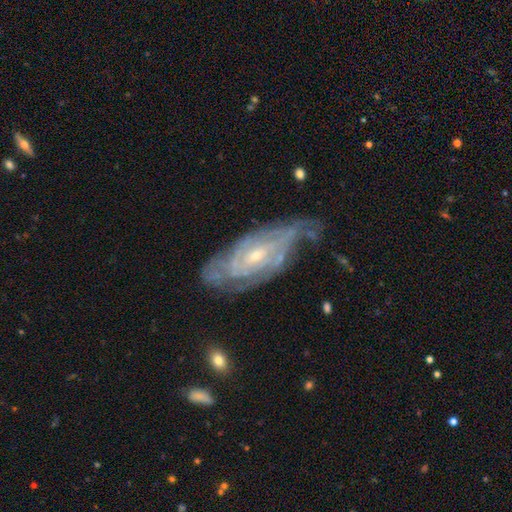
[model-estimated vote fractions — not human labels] Smooth or featured? featured or disk (84%)
Edge-on disk? no (91%)
Bar? no (47%)
Spiral arms? yes (92%)
Spiral winding? tight (66%)
Spiral arm count? can't tell (45%)
Bulge size? small (67%)
Merging? none (53%)